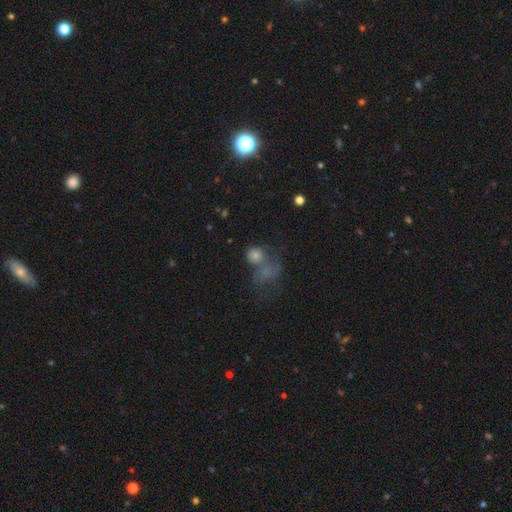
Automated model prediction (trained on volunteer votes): A smooth galaxy with no disk features (63%) that is round (69%). Merging: merger (38%).